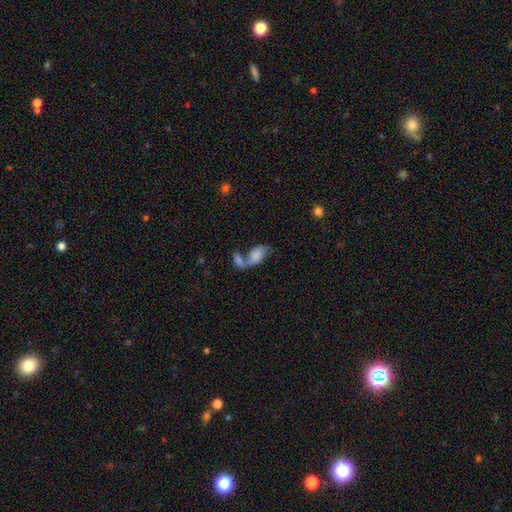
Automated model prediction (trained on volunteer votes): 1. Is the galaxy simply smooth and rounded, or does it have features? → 53% smooth, 38% featured or disk, 9% star or artifact.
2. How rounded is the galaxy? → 86% in between, 7% cigar-shaped, 6% round.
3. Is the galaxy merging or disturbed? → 58% merger, 21% none, 10% minor disturbance, 10% major disturbance.